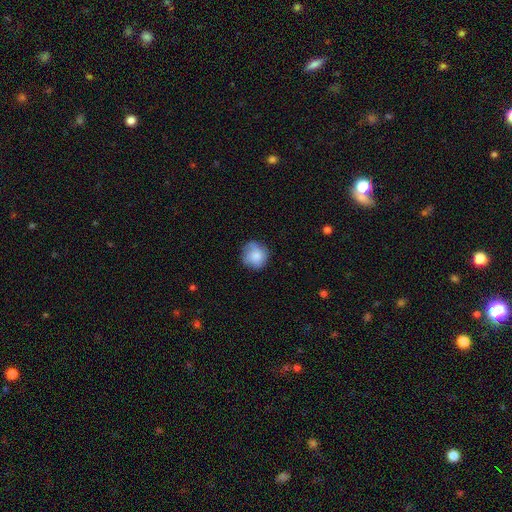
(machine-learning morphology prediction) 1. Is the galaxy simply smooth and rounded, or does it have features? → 80% smooth, 13% featured or disk, 7% star or artifact.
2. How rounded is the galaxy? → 88% round, 11% in between, 1% cigar-shaped.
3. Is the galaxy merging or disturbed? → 74% none, 20% minor disturbance, 5% major disturbance, 1% merger.